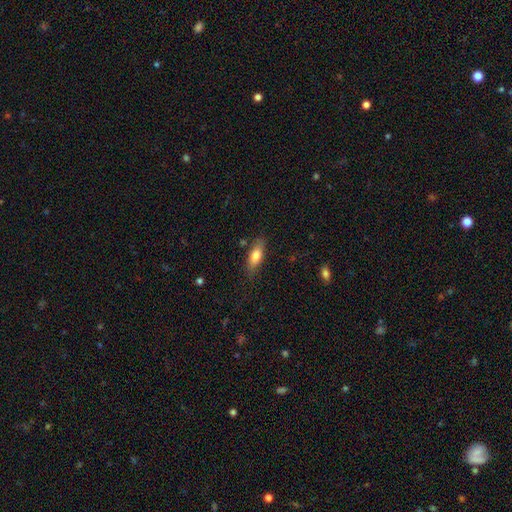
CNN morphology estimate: The model was most divided on "how rounded": in between: 71%, cigar-shaped: 26%, round: 3%. More confident: smooth or featured — smooth (78%); merging — none (78%).